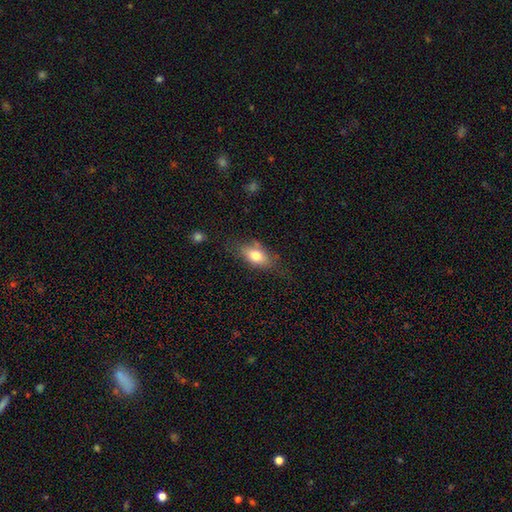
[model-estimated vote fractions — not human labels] Overall: smooth (74%). How rounded: in between (84%). Merging: none (67%).